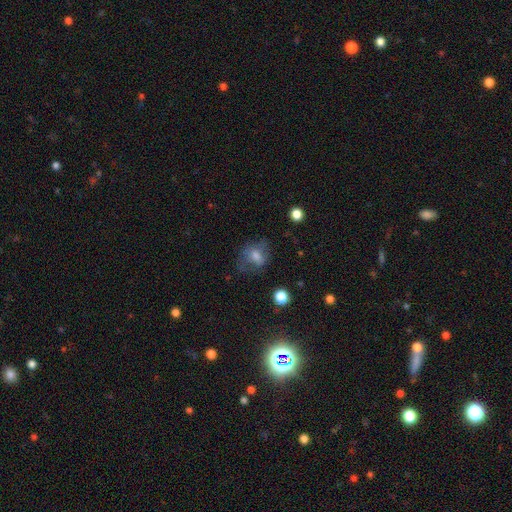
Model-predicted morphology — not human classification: Smooth or featured: smooth — 66% (featured or disk — 22%)
How rounded: in between — 53% (round — 45%)
Merging: none — 50% (minor disturbance — 25%)